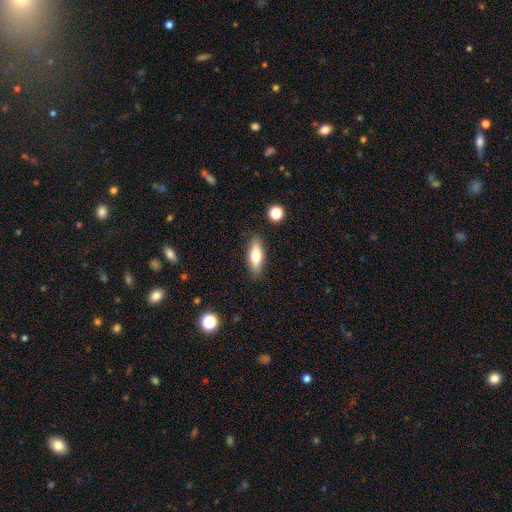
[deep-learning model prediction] smooth_or_featured: smooth (p=0.68) [alt: featured or disk p=0.25]
how_rounded: in between (p=0.58) [alt: cigar-shaped p=0.39]
merging: none (p=0.86) [alt: minor disturbance p=0.10]